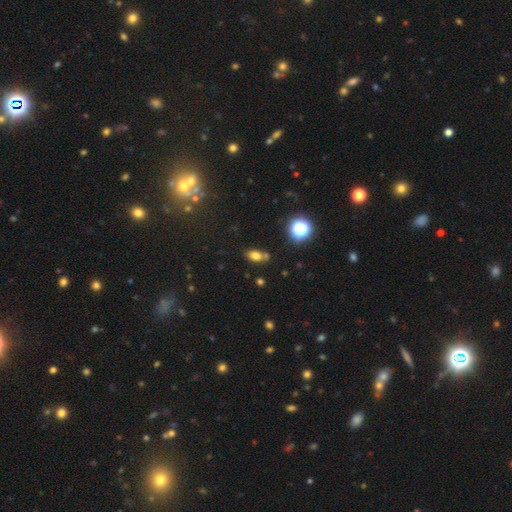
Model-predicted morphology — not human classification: A smooth galaxy with no disk features (74%) that is in between round and cigar-shaped (80%).

Vote fractions:
- Smooth or featured? smooth: 74% / star or artifact: 16% / featured or disk: 10%
- How rounded? in between: 80% / round: 16% / cigar-shaped: 4%
- Merging? none: 65% / minor disturbance: 16% / merger: 15% / major disturbance: 4%